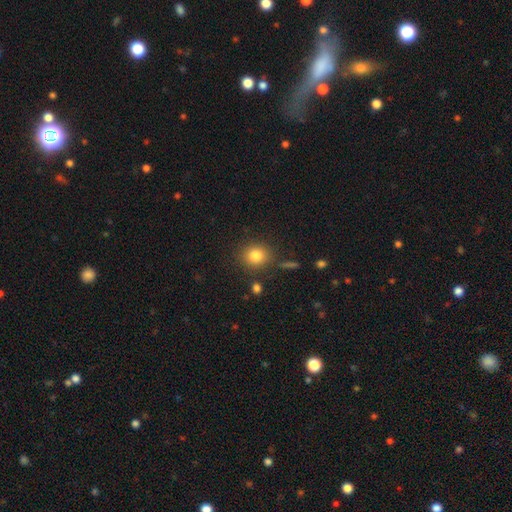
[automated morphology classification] A smooth galaxy with no disk features (83%) that is round (80%). Merging: none (83%).